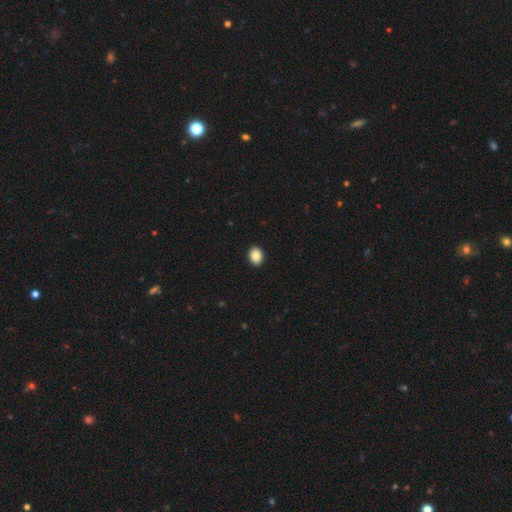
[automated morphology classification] smooth 88%, star or artifact 8%, featured or disk 4%. Down the decision tree: how rounded — in between (59%); merging — none (92%).